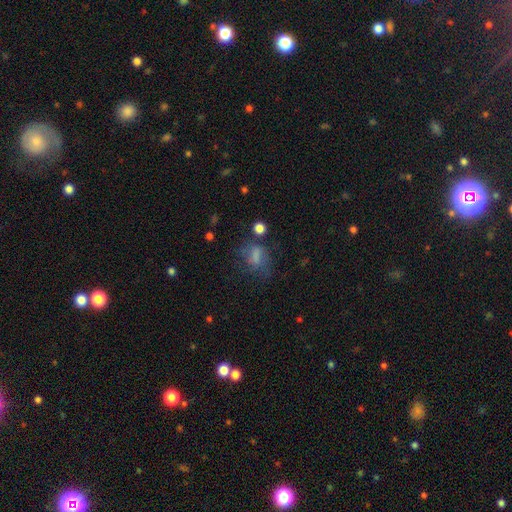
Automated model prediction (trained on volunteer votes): The model was most divided on "merging": none: 43%, major disturbance: 27%, minor disturbance: 24%, merger: 6%. More confident: how rounded — in between (65%); smooth or featured — smooth (64%).